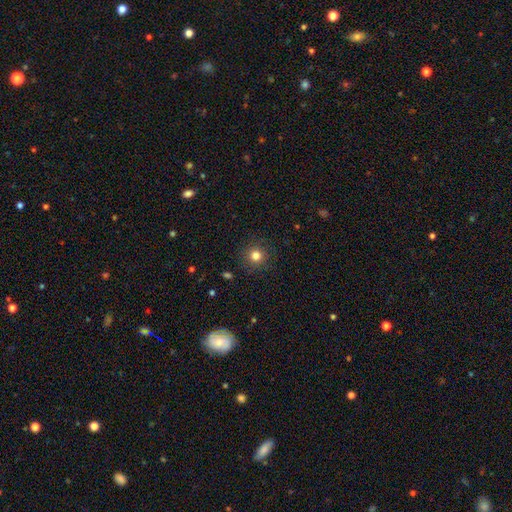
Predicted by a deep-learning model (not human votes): Smooth or featured? smooth (81%)
How rounded? round (94%)
Merging? none (90%)